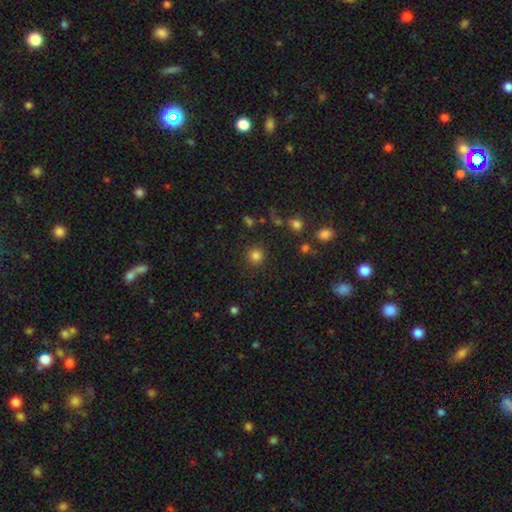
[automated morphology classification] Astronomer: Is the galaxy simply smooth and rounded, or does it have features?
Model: smooth — 81%.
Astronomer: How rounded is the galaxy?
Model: round — 93%.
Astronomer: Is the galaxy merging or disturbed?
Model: none — 89%.